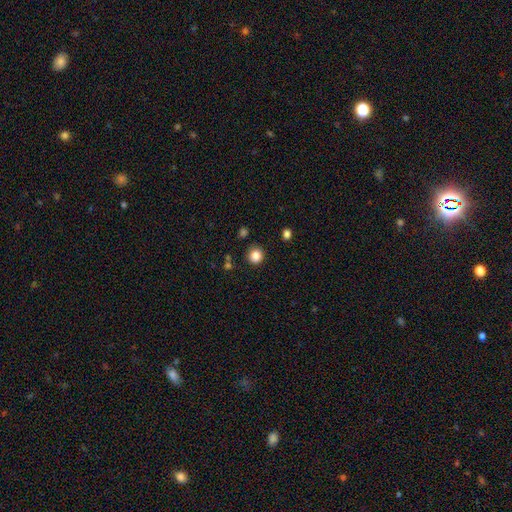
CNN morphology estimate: Overall: smooth (85%). How rounded: round (89%). Merging: none (86%).